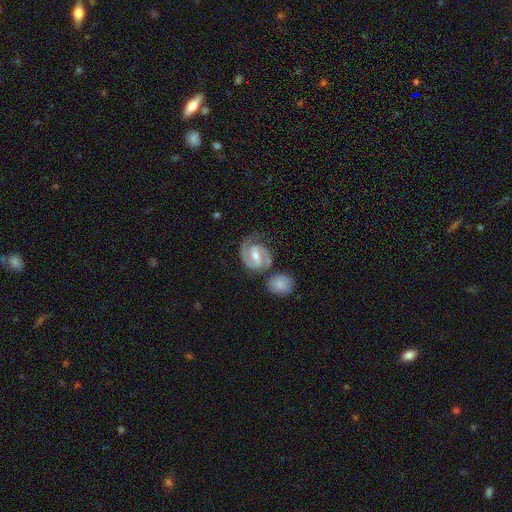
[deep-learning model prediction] Morphology: type=featured or disk (86%); edge-on=no (98%); bar=weak (48%); spiral arms=yes (97%); winding=medium (46%, tied with tight); arm count=2 (87%); bulge=moderate (62%); merging=none (63%).